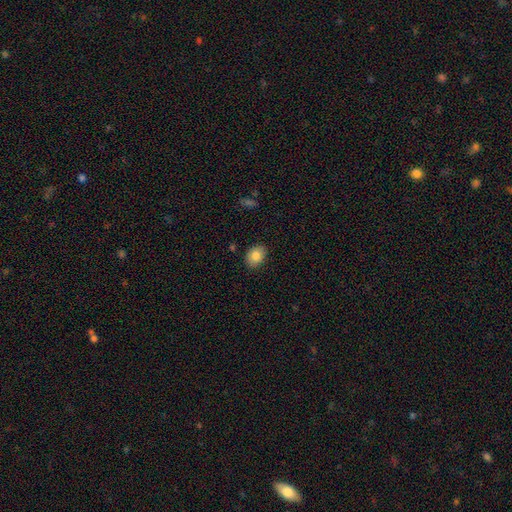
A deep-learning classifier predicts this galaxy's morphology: Smooth or featured? smooth (84%)
How rounded? in between (71%)
Merging? none (87%)